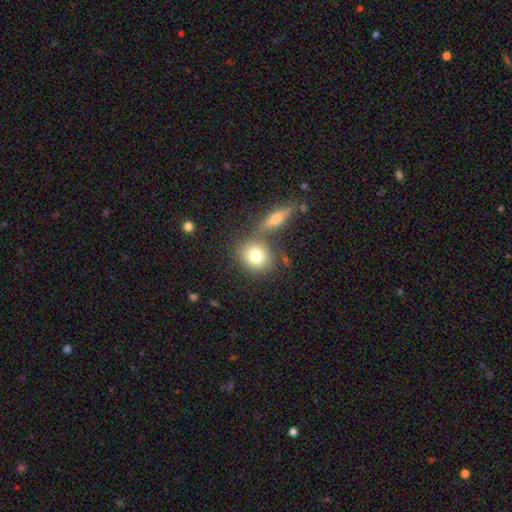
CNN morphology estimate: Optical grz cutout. It shows a smooth galaxy with no disk features (76%) that is round (75%). Merging: none (61%).